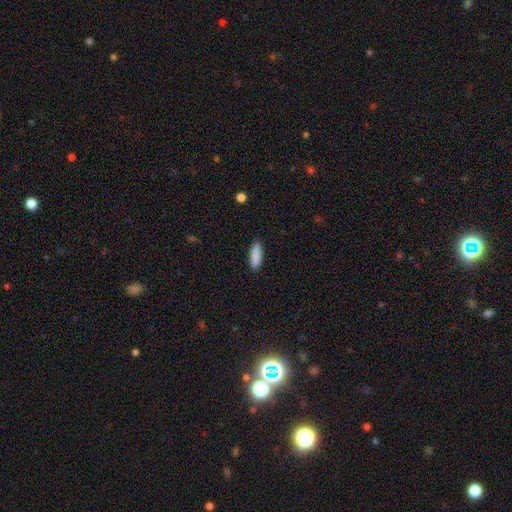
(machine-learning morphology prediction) type=smooth (89%); roundness=in between (52%); merging=none (90%).